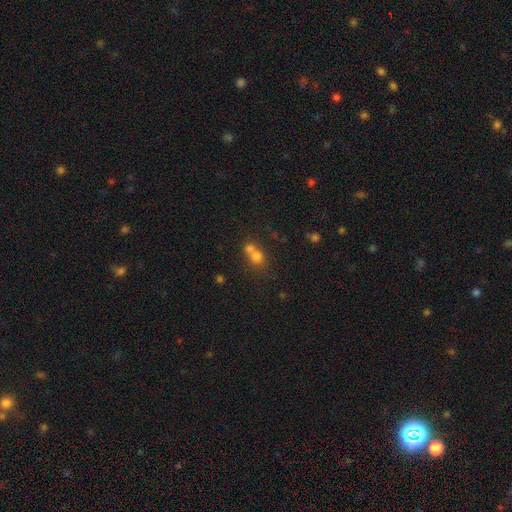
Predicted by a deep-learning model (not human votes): Smooth or featured: smooth — 71% (star or artifact — 15%)
How rounded: round — 77% (in between — 22%)
Merging: merger — 60% (none — 32%)